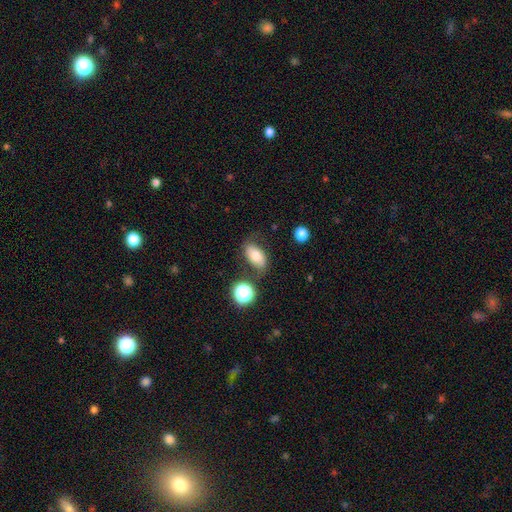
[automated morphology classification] Smooth or featured? smooth (66%)
How rounded? in between (88%)
Merging? none (68%)